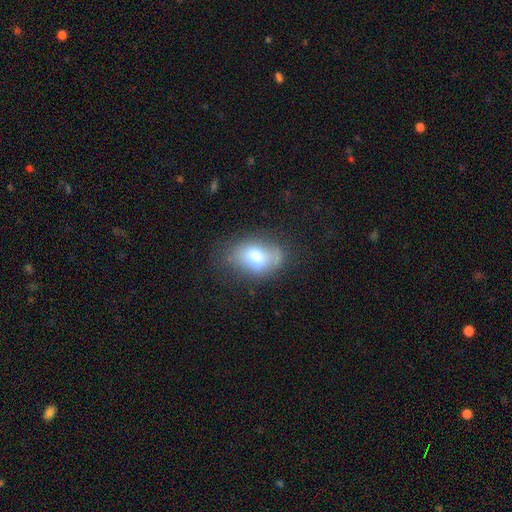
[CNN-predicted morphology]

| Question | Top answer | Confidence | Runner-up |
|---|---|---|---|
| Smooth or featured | smooth | 71% | featured or disk (20%) |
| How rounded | in between | 82% | round (17%) |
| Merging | none | 64% | minor disturbance (24%) |